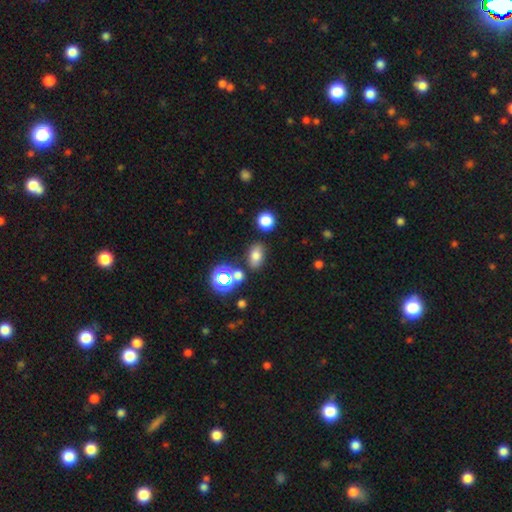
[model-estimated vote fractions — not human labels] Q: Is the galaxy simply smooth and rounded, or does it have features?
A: smooth — 72%.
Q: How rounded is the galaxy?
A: in between — 82%.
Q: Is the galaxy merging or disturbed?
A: none — 78%.